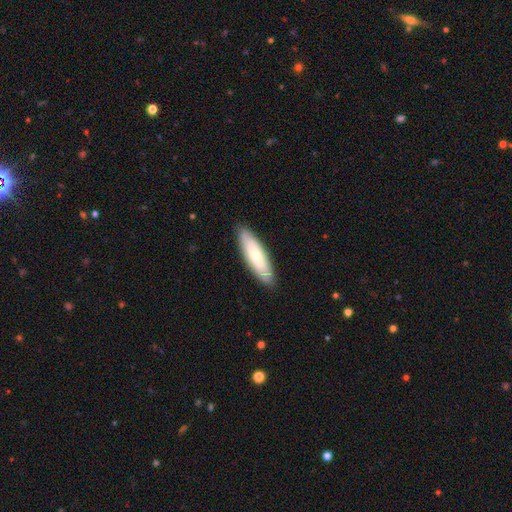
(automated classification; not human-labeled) A smooth galaxy with no disk features (64%) that is cigar-shaped (60%). Merging: none (88%).